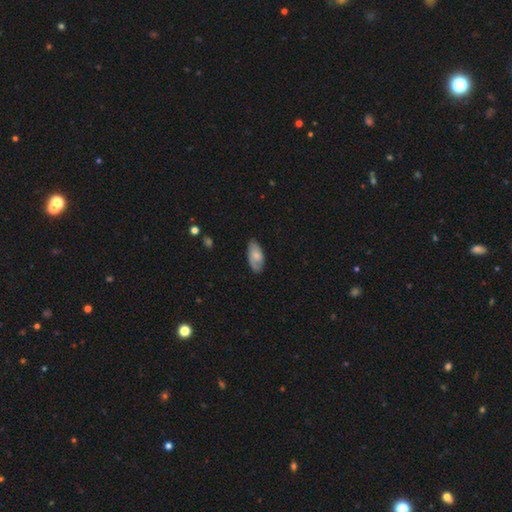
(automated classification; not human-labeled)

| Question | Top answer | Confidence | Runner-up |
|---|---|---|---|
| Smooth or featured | smooth | 64% | featured or disk (29%) |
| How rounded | in between | 92% | cigar-shaped (5%) |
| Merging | none | 75% | minor disturbance (20%) |